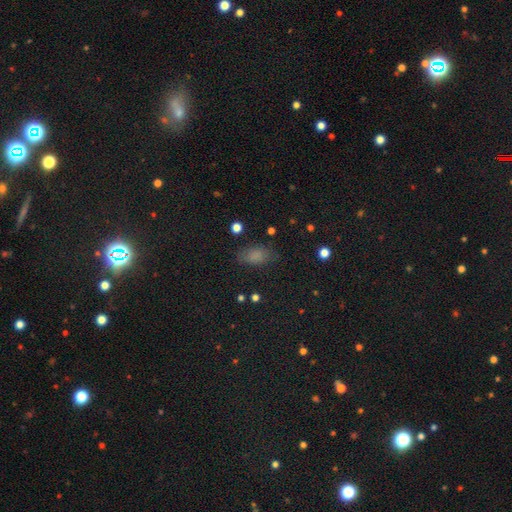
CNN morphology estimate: Overall: smooth (77%). How rounded: in between (89%). Merging: none (74%).